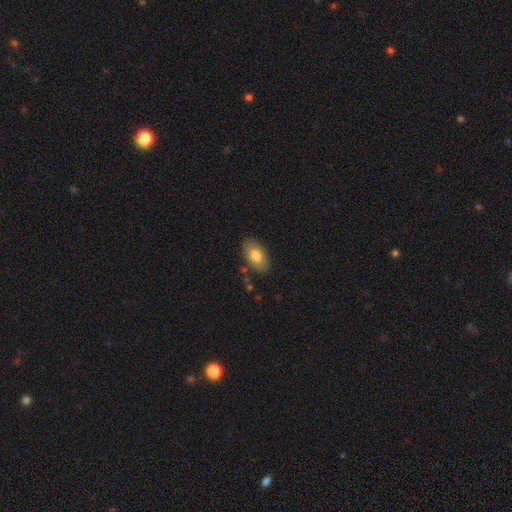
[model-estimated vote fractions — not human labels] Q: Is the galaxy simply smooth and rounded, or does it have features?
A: smooth — 76%.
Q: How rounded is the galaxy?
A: in between — 93%.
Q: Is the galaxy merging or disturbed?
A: none — 82%.